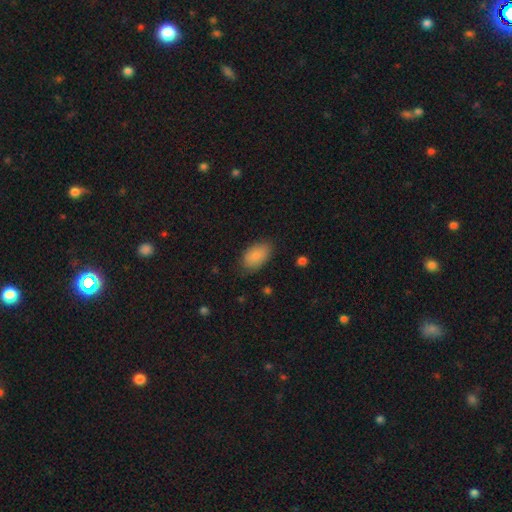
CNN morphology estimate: This appears to be a smooth galaxy with no disk features (85%) that is in between round and cigar-shaped (92%). Merging: none (77%).